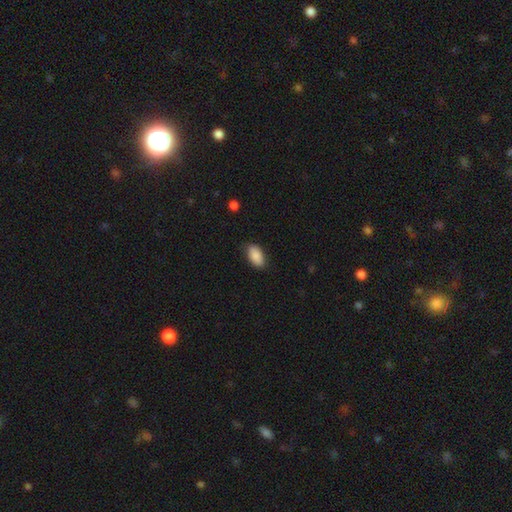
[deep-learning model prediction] Smooth or featured?
  - smooth: 89% *
  - star or artifact: 6%
  - featured or disk: 4%
How rounded?
  - in between: 94% *
  - round: 3%
  - cigar-shaped: 3%
Merging?
  - none: 83% *
  - minor disturbance: 13%
  - major disturbance: 3%
  - merger: 1%